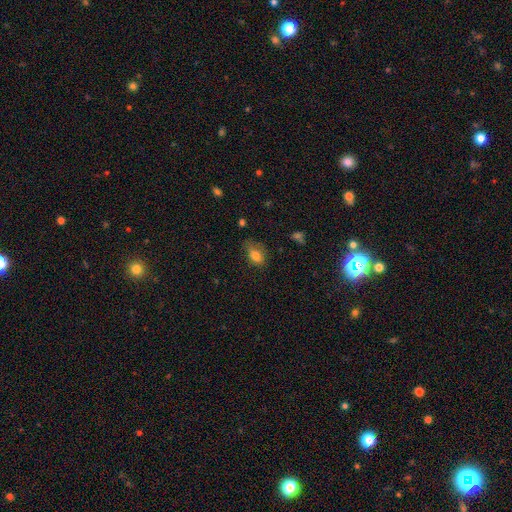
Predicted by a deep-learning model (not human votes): Smooth or featured: smooth — 78% (featured or disk — 12%)
How rounded: in between — 83% (round — 15%)
Merging: none — 53% (minor disturbance — 33%)